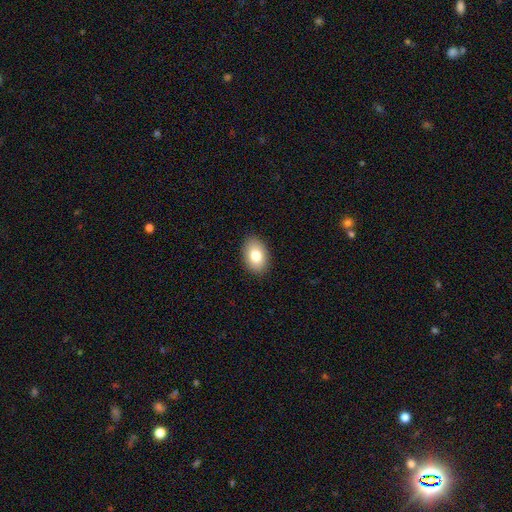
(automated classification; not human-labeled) Smooth or featured?
  - smooth: 82% *
  - featured or disk: 10%
  - star or artifact: 8%
How rounded?
  - in between: 88% *
  - round: 11%
  - cigar-shaped: 1%
Merging?
  - none: 89% *
  - minor disturbance: 8%
  - major disturbance: 2%
  - merger: 1%